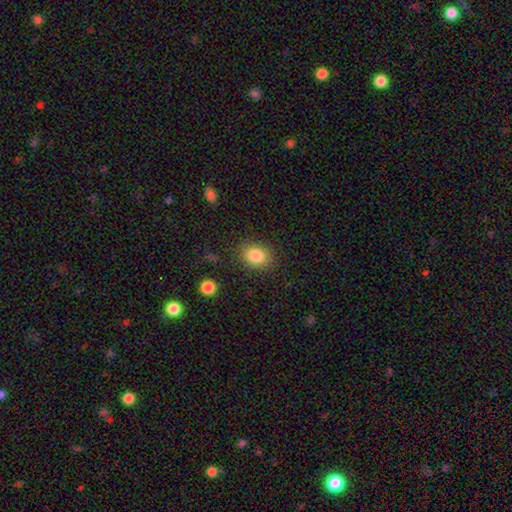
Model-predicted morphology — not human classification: smooth_or_featured: smooth (p=0.84) [alt: star or artifact p=0.09]
how_rounded: in between (p=0.51) [alt: round p=0.48]
merging: none (p=0.85) [alt: minor disturbance p=0.10]